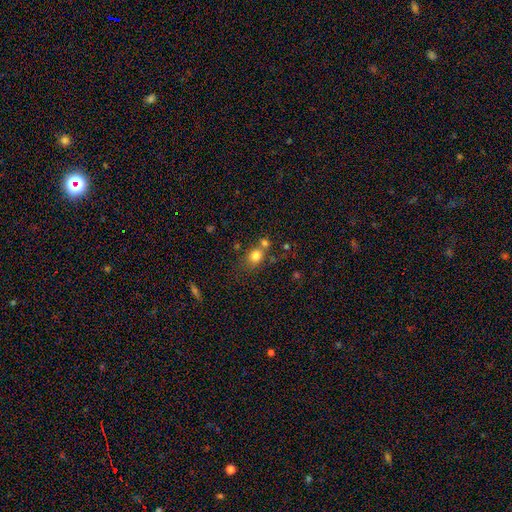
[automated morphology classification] A smooth galaxy with no disk features (79%) that is round (72%).

Vote fractions:
- Smooth or featured? smooth: 79% / star or artifact: 13% / featured or disk: 9%
- How rounded? round: 72% / in between: 27% / cigar-shaped: 1%
- Merging? none: 52% / merger: 32% / minor disturbance: 12% / major disturbance: 5%